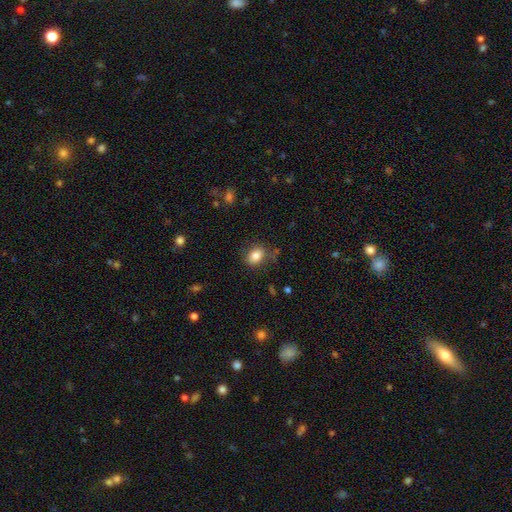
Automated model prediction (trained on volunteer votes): smooth-or-featured: smooth: 82% | star or artifact: 9% | featured or disk: 9%
  how-rounded: in between: 67% | round: 31% | cigar-shaped: 1%
  merging: none: 77% | minor disturbance: 16% | major disturbance: 5% | merger: 2%